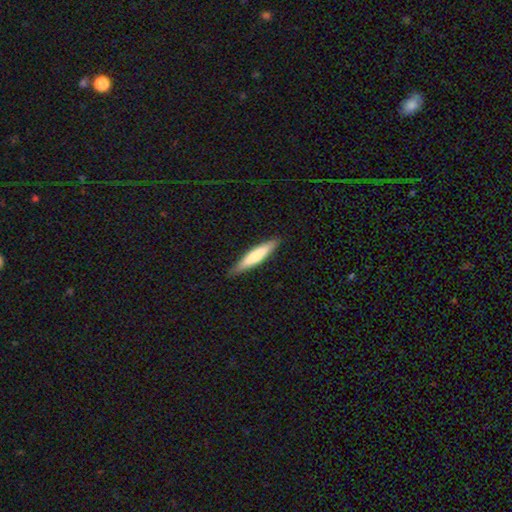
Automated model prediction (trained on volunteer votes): Smooth or featured: smooth — 65% (featured or disk — 30%)
How rounded: cigar-shaped — 88% (in between — 11%)
Merging: none — 88% (minor disturbance — 10%)